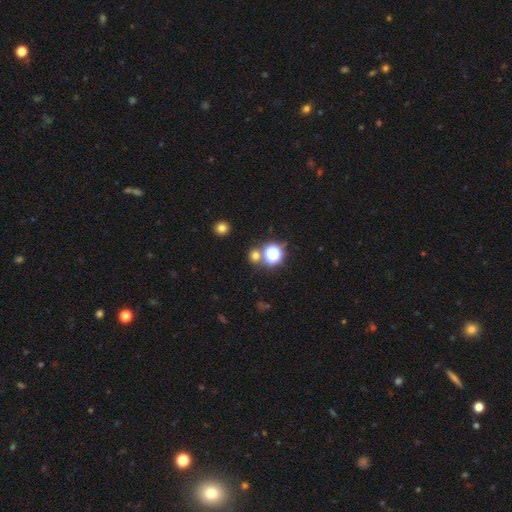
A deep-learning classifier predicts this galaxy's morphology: smooth-or-featured: smooth: 60% | star or artifact: 34% | featured or disk: 7%
  how-rounded: round: 83% | in between: 15% | cigar-shaped: 1%
  merging: none: 75% | merger: 13% | minor disturbance: 8% | major disturbance: 4%